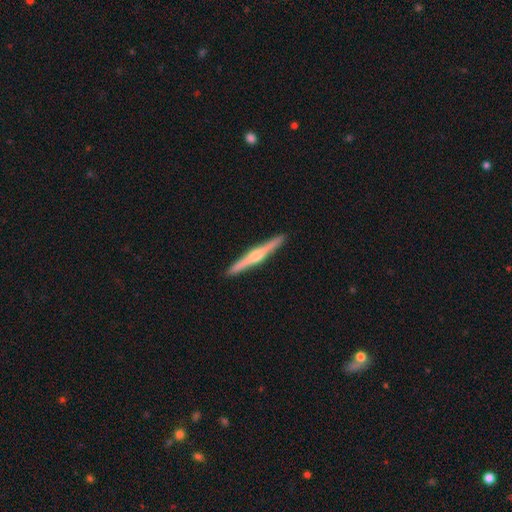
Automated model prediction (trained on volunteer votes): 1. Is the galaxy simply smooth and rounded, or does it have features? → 73% featured or disk, 21% smooth, 5% star or artifact.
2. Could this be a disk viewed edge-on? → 98% yes, 2% no.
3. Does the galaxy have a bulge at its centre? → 83% rounded, 9% none, 8% boxy.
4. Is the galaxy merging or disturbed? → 92% none, 6% minor disturbance, 1% major disturbance, 1% merger.